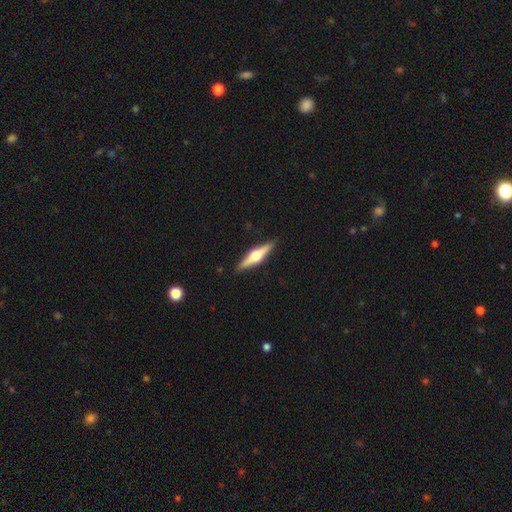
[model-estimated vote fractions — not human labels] Smooth or featured?
  - featured or disk: 73% *
  - smooth: 22%
  - star or artifact: 5%
Edge-on disk?
  - yes: 98% *
  - no: 2%
Edge-on bulge?
  - rounded: 95% *
  - boxy: 3%
  - none: 2%
Merging?
  - none: 91% *
  - minor disturbance: 7%
  - major disturbance: 1%
  - merger: 1%